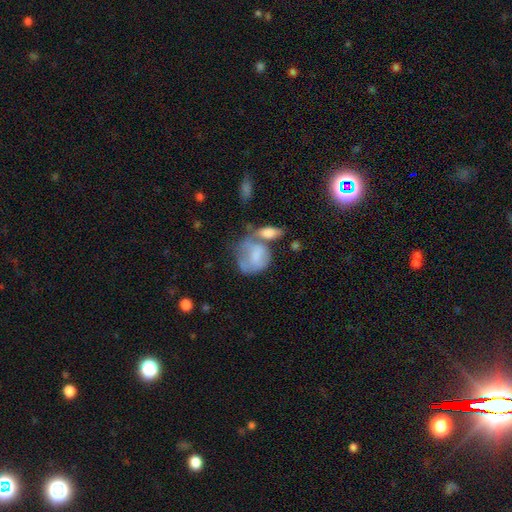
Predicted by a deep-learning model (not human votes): A smooth galaxy with no disk features (63%) that is round (52%). Merging: merger (38%).